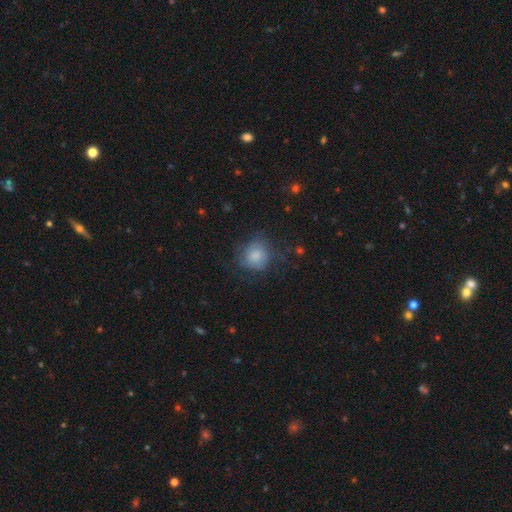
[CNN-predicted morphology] Q: Smooth or featured?
A: smooth (72%); runner-up: featured or disk (19%)
Q: How rounded?
A: round (81%); runner-up: in between (18%)
Q: Merging?
A: none (61%); runner-up: minor disturbance (23%)